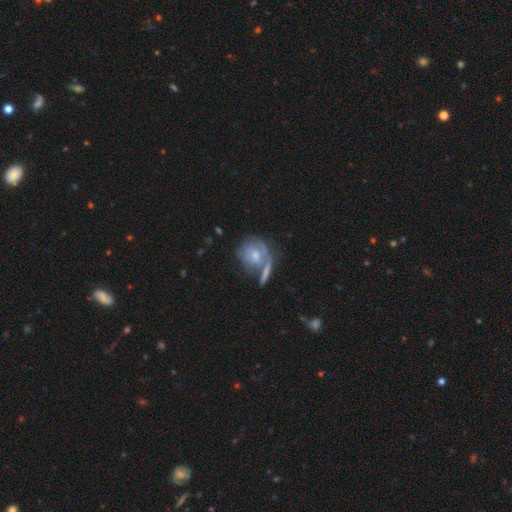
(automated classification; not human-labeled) The model was most divided on "smooth or featured": smooth: 47%, featured or disk: 45%, star or artifact: 8%. Remaining: merging — none (45%).